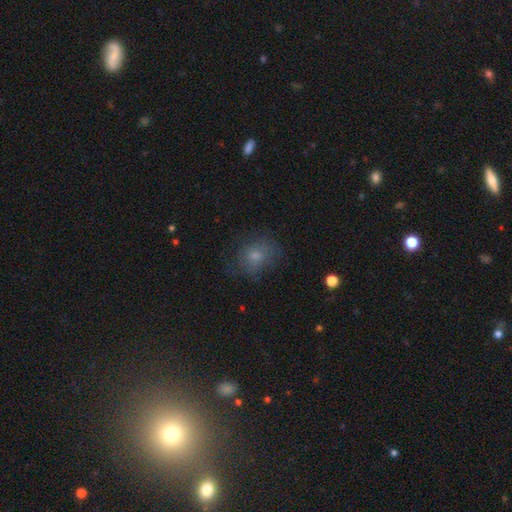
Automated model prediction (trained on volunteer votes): Morphology: type=smooth (67%); roundness=round (57%); merging=none (66%).